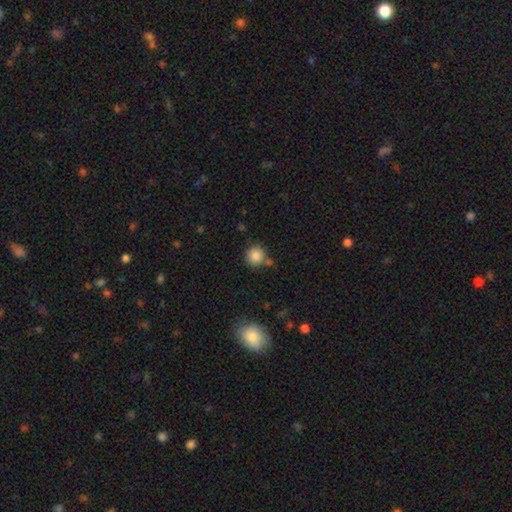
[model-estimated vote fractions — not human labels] Morphology: type=smooth (86%); roundness=round (92%); merging=none (72%).